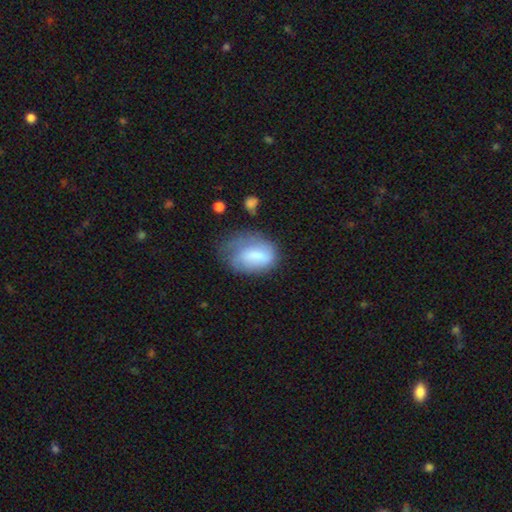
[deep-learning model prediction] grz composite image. It shows a smooth galaxy with no disk features (69%) that is in between round and cigar-shaped (81%). Merging: minor disturbance (36%).